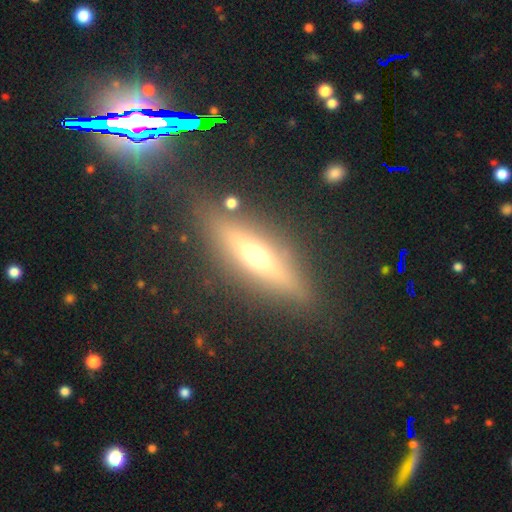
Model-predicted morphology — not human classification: Smooth or featured?
  - featured or disk: 58% *
  - smooth: 29%
  - star or artifact: 13%
Edge-on disk?
  - yes: 90% *
  - no: 10%
Edge-on bulge?
  - rounded: 91% *
  - none: 5%
  - boxy: 4%
Merging?
  - none: 85% *
  - minor disturbance: 9%
  - major disturbance: 3%
  - merger: 2%